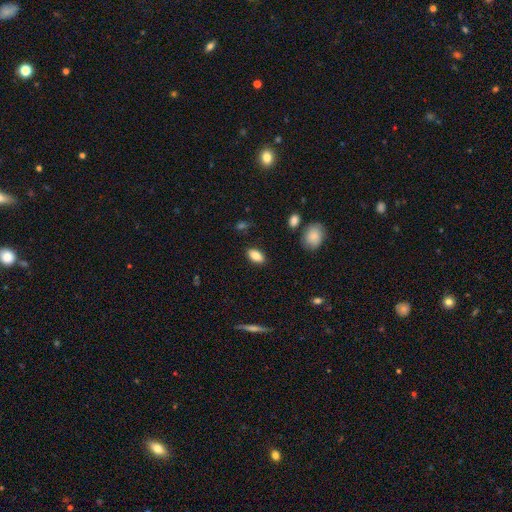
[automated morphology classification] This is clearly a smooth galaxy (84%). How rounded: clearly in between (91%). Merging: clearly none (87%).